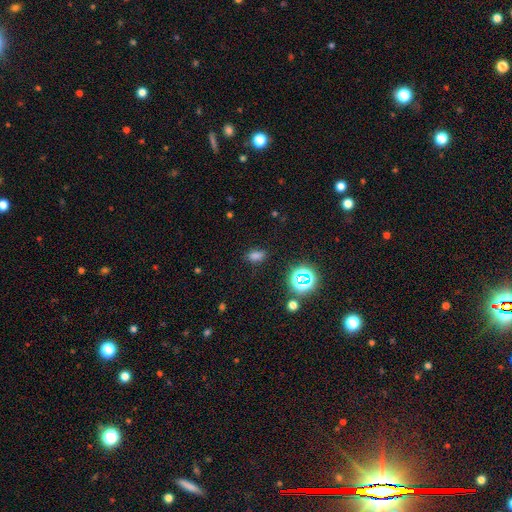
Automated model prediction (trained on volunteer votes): Smooth or featured: smooth — 70% (star or artifact — 24%)
How rounded: in between — 82% (round — 14%)
Merging: none — 79% (minor disturbance — 14%)